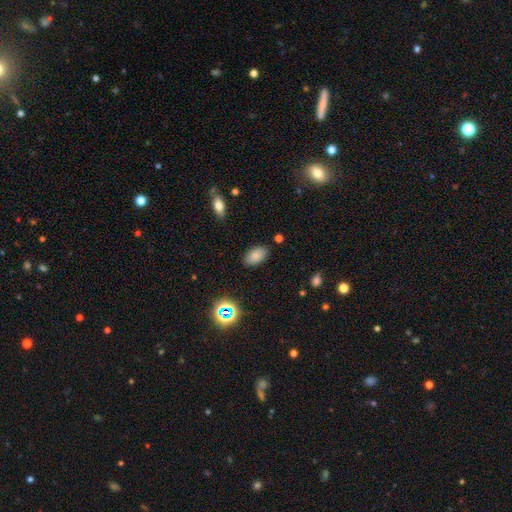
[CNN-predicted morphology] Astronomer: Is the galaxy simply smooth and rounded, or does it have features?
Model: smooth — 82%.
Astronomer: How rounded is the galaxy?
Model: in between — 93%.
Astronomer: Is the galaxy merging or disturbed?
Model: none — 85%.